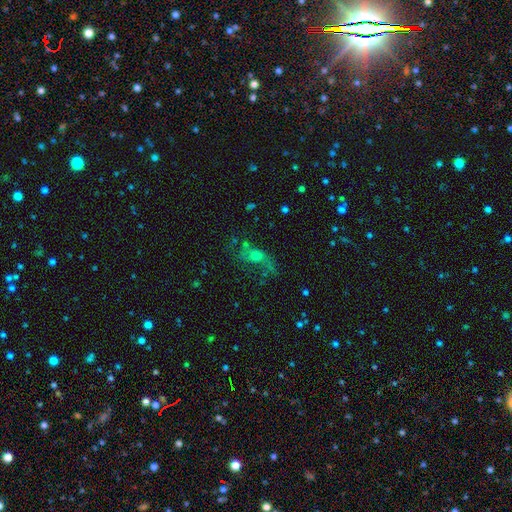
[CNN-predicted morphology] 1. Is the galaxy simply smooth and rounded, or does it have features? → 48% featured or disk, 31% smooth, 21% star or artifact.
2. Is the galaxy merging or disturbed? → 42% none, 32% major disturbance, 20% minor disturbance, 6% merger.